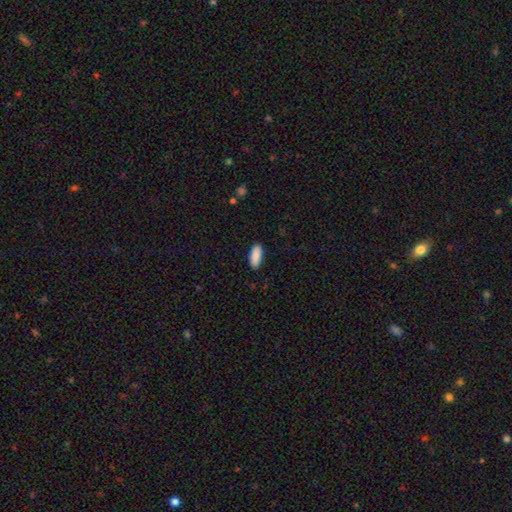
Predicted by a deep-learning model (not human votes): smooth 90%, star or artifact 6%, featured or disk 4%. Down the decision tree: how rounded — in between (81%); merging — none (89%).